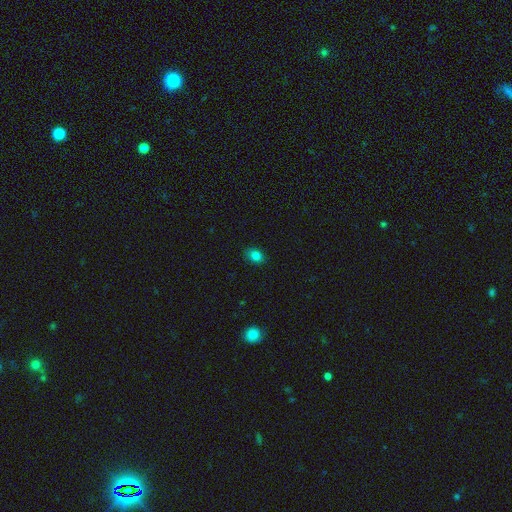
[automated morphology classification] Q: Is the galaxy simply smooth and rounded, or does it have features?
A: smooth — 81%.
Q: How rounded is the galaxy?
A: in between — 64%.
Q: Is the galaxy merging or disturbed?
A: none — 86%.